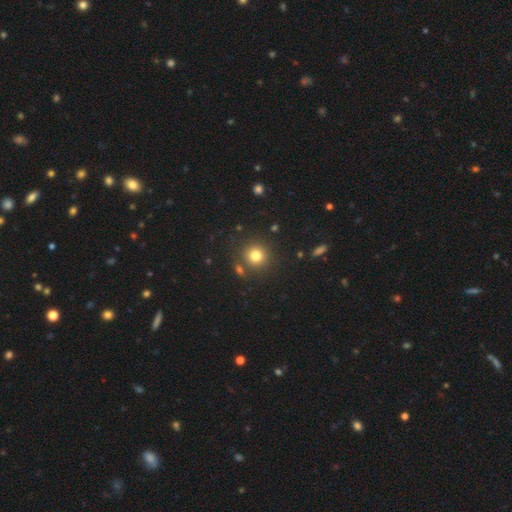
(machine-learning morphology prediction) type=smooth (81%); roundness=round (92%); merging=none (82%).